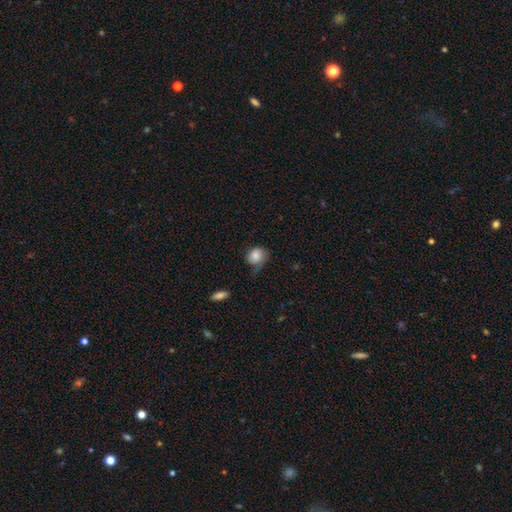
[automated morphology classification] smooth 76%, featured or disk 16%, star or artifact 7%. Down the decision tree: how rounded — round (56%); merging — none (38%).